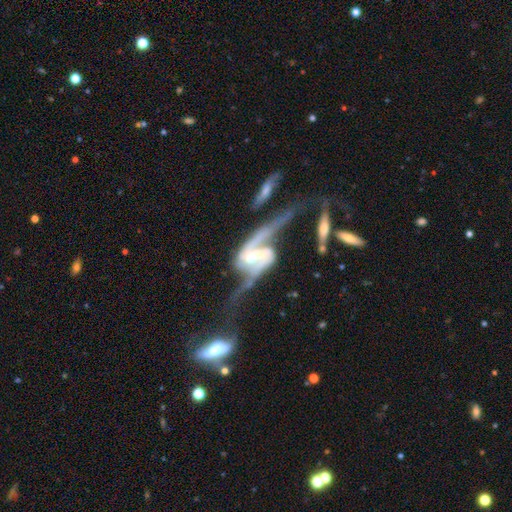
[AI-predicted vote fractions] Smooth or featured: featured or disk — 88% (smooth — 6%)
Edge-on disk: no — 95% (yes — 5%)
Bar: weak — 41% (strong — 37%)
Spiral arms: yes — 94% (no — 6%)
Spiral winding: loose — 60% (medium — 29%)
Spiral arm count: 2 — 87% (can't tell — 5%)
Bulge size: small — 38% (moderate — 37%)
Merging: major disturbance — 33% (merger — 31%)